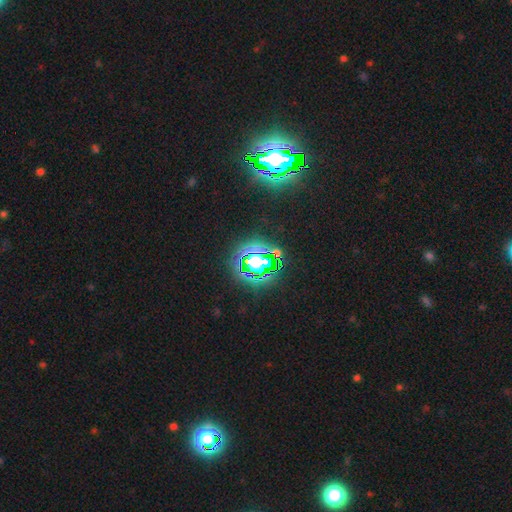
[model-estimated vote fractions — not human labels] A star or artifact, not a galaxy (81%).